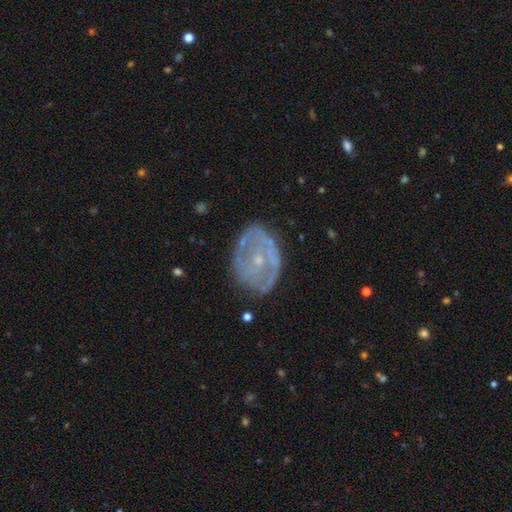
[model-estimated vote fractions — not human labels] Smooth or featured: featured or disk — 74% (smooth — 17%)
Edge-on disk: no — 95% (yes — 5%)
Bar: no — 62% (weak — 28%)
Spiral arms: yes — 67% (no — 33%)
Bulge size: small — 77% (moderate — 18%)
Merging: none — 69% (minor disturbance — 20%)